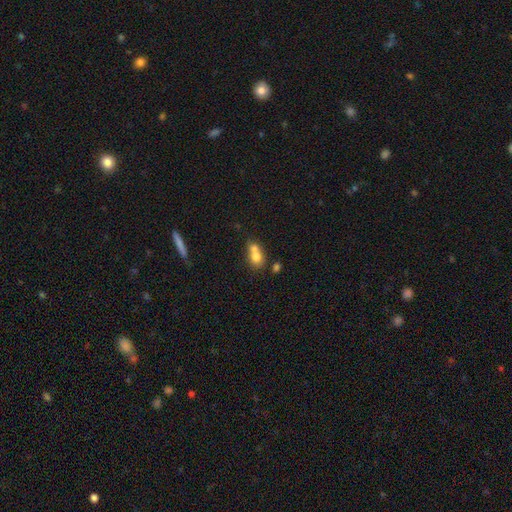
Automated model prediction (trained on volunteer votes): Overall: smooth (73%). How rounded: in between (50%; round 48%). Merging: merger (62%; none 26%).